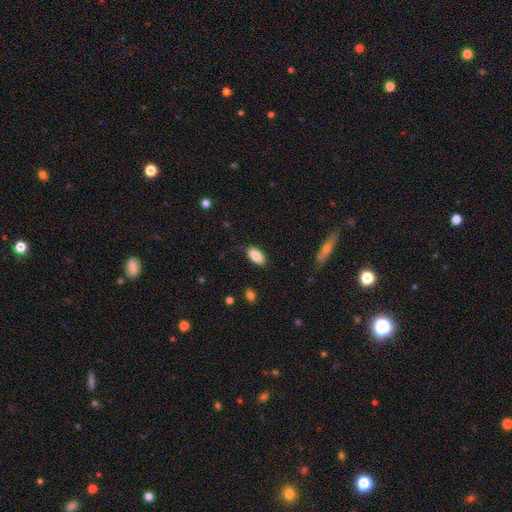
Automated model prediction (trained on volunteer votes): This appears to be a smooth galaxy with no disk features (86%) that is in between round and cigar-shaped (92%). Merging: none (86%).